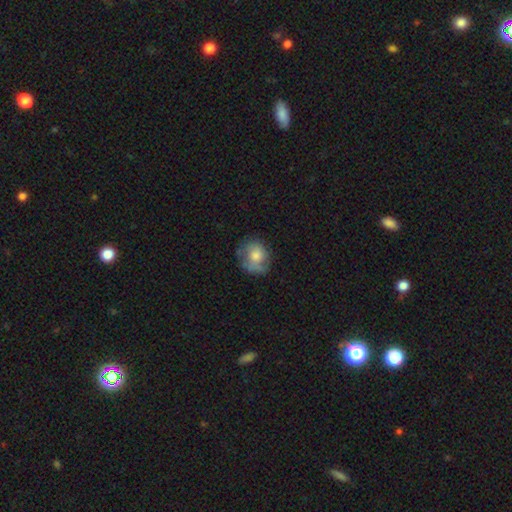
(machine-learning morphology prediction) smooth 63%, featured or disk 28%, star or artifact 9%. Down the decision tree: how rounded — round (70%); merging — none (59%).